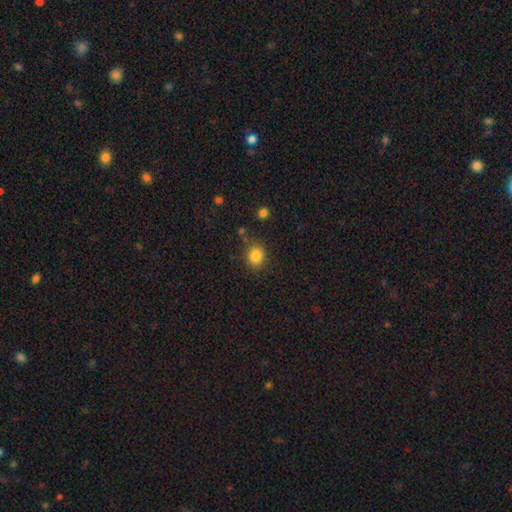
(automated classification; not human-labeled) Q: Smooth or featured?
A: smooth (84%); runner-up: star or artifact (11%)
Q: How rounded?
A: round (72%); runner-up: in between (27%)
Q: Merging?
A: none (84%); runner-up: minor disturbance (10%)